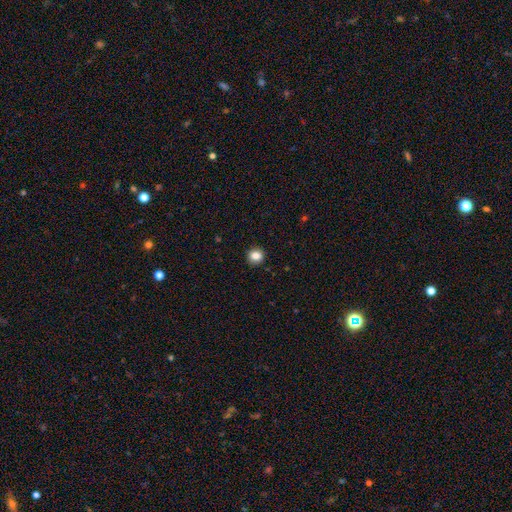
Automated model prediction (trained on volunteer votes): Overall: smooth (84%). How rounded: round (87%). Merging: none (91%).